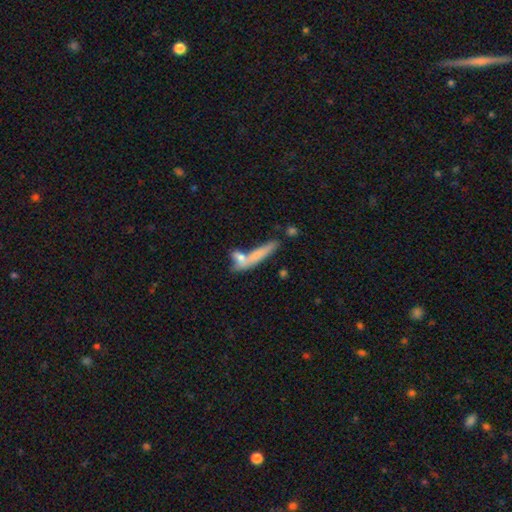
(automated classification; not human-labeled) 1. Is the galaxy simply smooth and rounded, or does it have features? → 62% smooth, 30% featured or disk, 8% star or artifact.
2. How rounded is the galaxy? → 85% cigar-shaped, 12% in between, 3% round.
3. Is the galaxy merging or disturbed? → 52% none, 26% merger, 15% minor disturbance, 7% major disturbance.